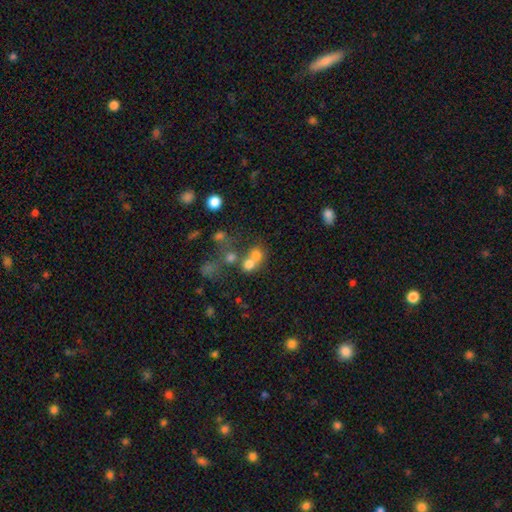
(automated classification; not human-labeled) Smooth or featured: smooth — 67% (featured or disk — 17%)
How rounded: round — 71% (in between — 28%)
Merging: merger — 54% (none — 32%)